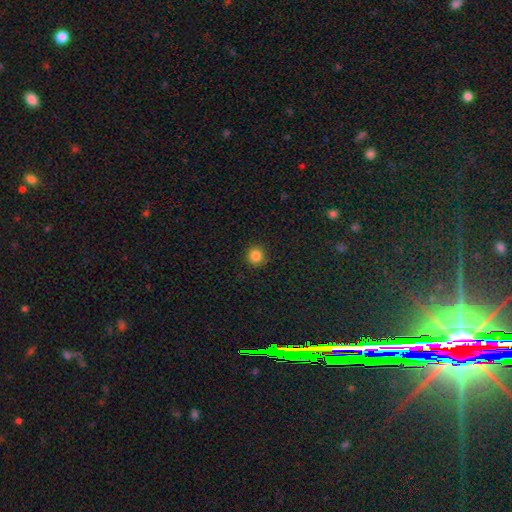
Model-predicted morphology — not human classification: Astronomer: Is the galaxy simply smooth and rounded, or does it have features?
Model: smooth — 84%.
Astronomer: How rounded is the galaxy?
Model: round — 94%.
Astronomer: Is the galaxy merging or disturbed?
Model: none — 89%.